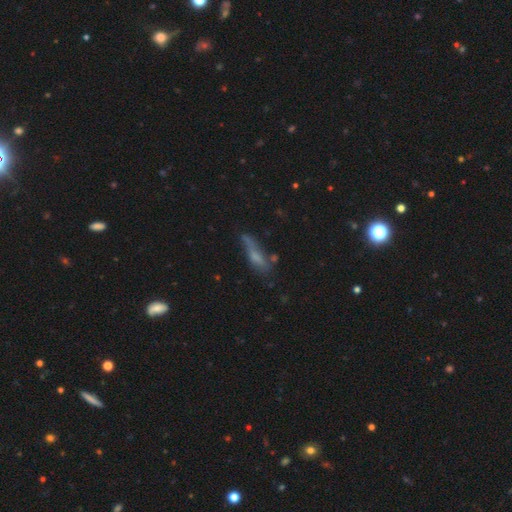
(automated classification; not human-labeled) Morphology: type=smooth (56%); roundness=cigar-shaped (69%); merging=none (47%).